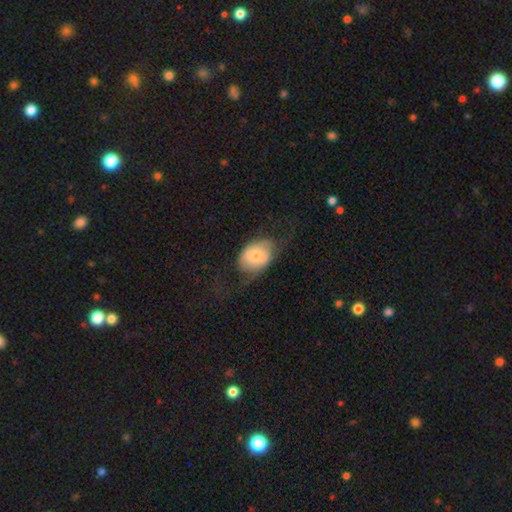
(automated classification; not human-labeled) Smooth or featured?
  - smooth: 59% *
  - featured or disk: 34%
  - star or artifact: 7%
How rounded?
  - in between: 71% *
  - round: 28%
  - cigar-shaped: 1%
Merging?
  - none: 43% *
  - major disturbance: 31%
  - minor disturbance: 25%
  - merger: 2%